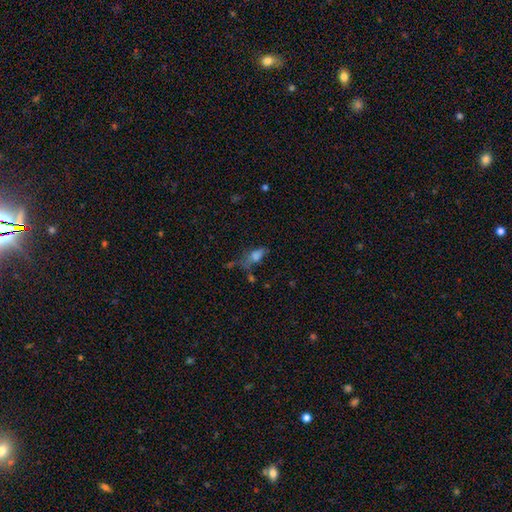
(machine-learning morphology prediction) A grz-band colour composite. It shows a smooth galaxy with no disk features (65%) that is in between round and cigar-shaped (76%). Merging: none (33%).